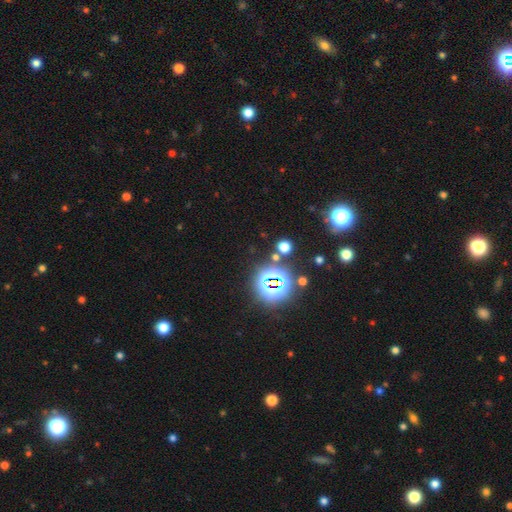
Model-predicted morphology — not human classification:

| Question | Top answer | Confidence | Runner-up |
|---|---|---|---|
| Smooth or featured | star or artifact | 82% | smooth (12%) |